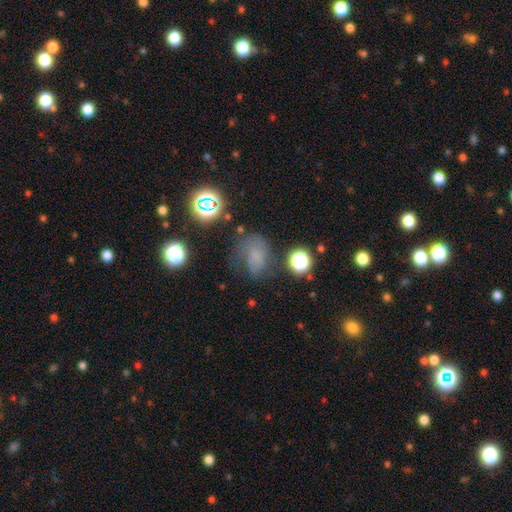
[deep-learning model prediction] This is possibly a smooth galaxy (52%). How rounded: possibly in between (60%). Merging: marginally none (42%).